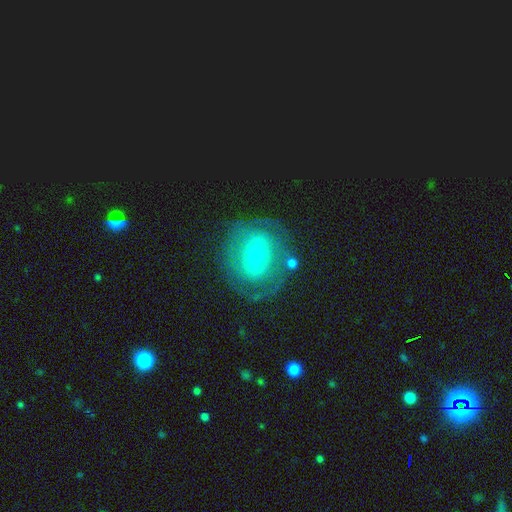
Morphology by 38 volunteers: Smooth or featured? featured or disk (66%)
Edge-on disk? no (100%)
Bar? no (44%)
Spiral arms? yes (52%)
Spiral winding? tight (54%)
Spiral arm count? 2 (46%)
Bulge size? small (56%)
Merging? none (67%)